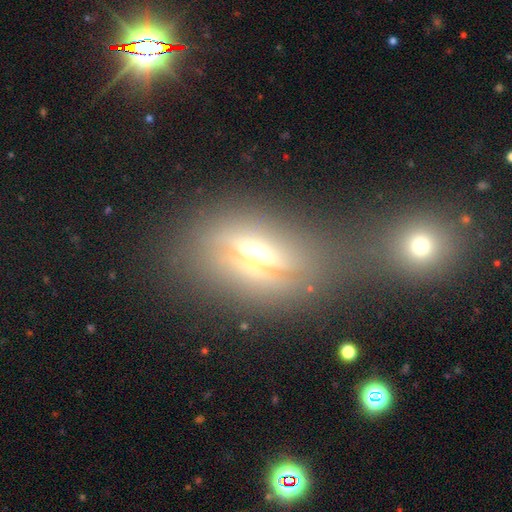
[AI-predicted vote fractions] The model was most divided on "smooth or featured": featured or disk: 55%, smooth: 28%, star or artifact: 17%. More confident: edge-on disk — yes (70%); merging — none (61%).